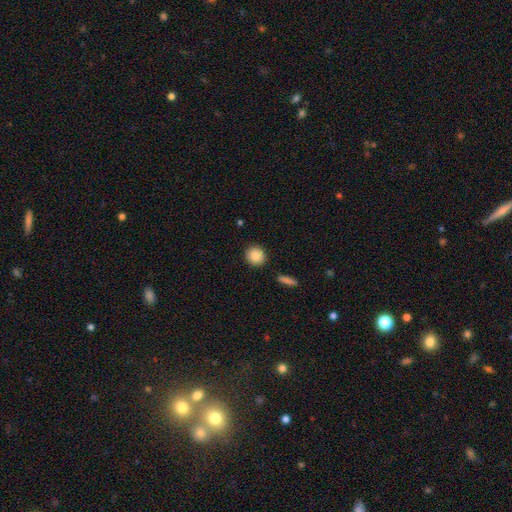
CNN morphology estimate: A smooth galaxy with no disk features (87%) that is round (89%). Merging: none (90%).